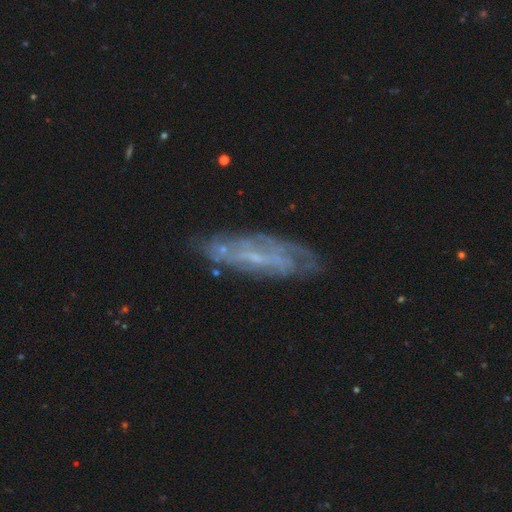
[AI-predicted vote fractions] Smooth or featured: featured or disk — 72% (smooth — 19%)
Edge-on disk: no — 76% (yes — 24%)
Bar: weak — 42% (no — 41%)
Spiral arms: yes — 73% (no — 27%)
Bulge size: small — 59% (none — 25%)
Merging: none — 70% (minor disturbance — 19%)